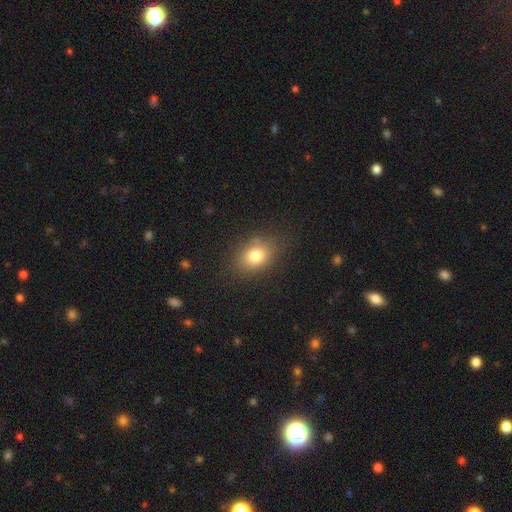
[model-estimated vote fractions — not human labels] smooth-or-featured: smooth: 78% | star or artifact: 12% | featured or disk: 10%
  how-rounded: in between: 67% | round: 31% | cigar-shaped: 1%
  merging: none: 79% | minor disturbance: 14% | major disturbance: 5% | merger: 2%